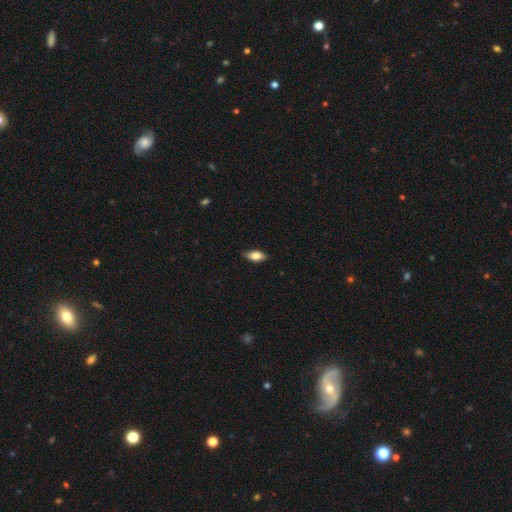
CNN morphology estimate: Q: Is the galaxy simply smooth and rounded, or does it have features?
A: smooth — 76%.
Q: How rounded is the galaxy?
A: in between — 86%.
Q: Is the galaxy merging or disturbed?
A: none — 83%.